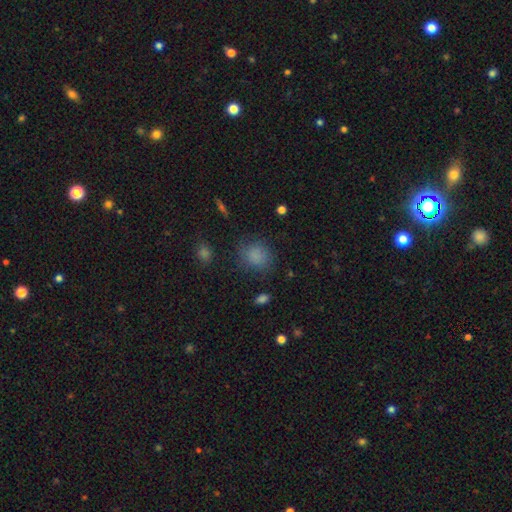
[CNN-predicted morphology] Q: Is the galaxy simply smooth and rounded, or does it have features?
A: smooth — 81%.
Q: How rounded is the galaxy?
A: round — 72%.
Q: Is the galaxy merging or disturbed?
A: none — 74%.